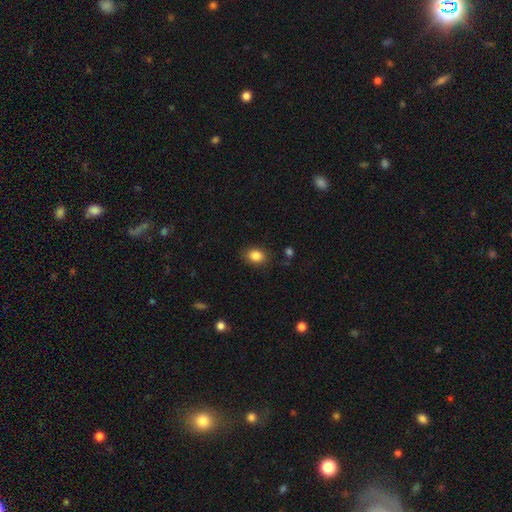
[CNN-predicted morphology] type=smooth (85%); roundness=in between (63%); merging=none (84%).